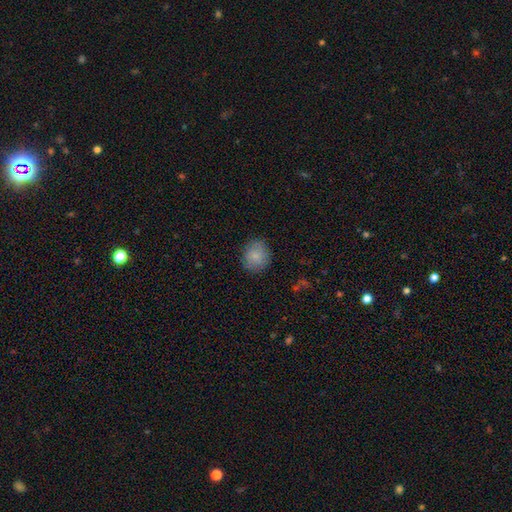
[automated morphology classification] Smooth or featured: smooth — 83% (featured or disk — 9%)
How rounded: round — 76% (in between — 23%)
Merging: none — 83% (minor disturbance — 13%)